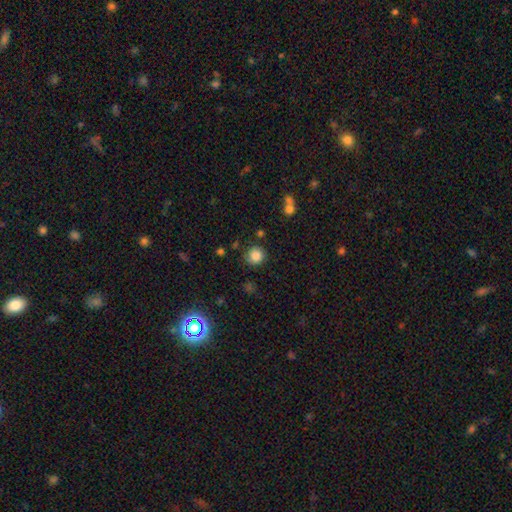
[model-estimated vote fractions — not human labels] smooth 84%, star or artifact 11%, featured or disk 5%. Down the decision tree: how rounded — round (90%); merging — none (81%).